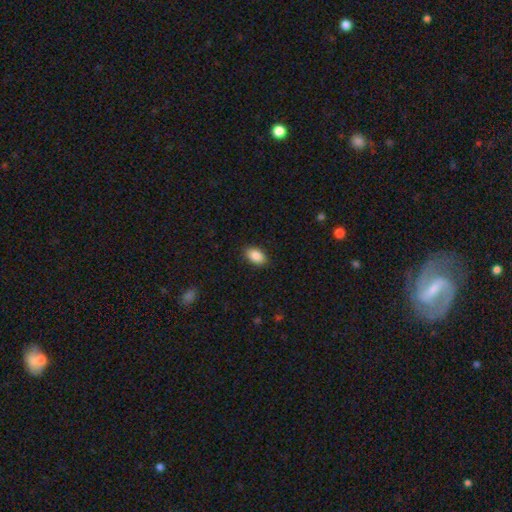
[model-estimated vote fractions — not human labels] smooth 88%, star or artifact 7%, featured or disk 5%. Down the decision tree: how rounded — in between (92%); merging — none (89%).